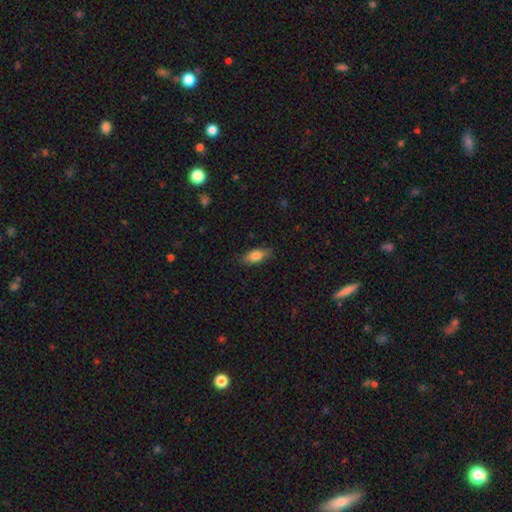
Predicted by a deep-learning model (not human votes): smooth 77%, featured or disk 16%, star or artifact 7%. Down the decision tree: how rounded — in between (77%); merging — none (83%).